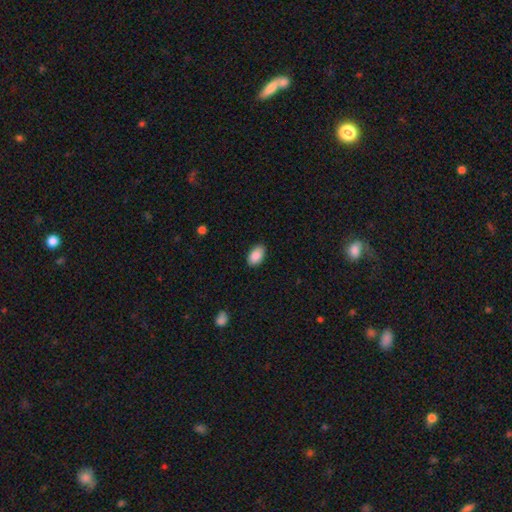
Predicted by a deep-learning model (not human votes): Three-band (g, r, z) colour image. It shows a smooth galaxy with no disk features (89%) that is in between round and cigar-shaped (93%). Merging: none (87%).